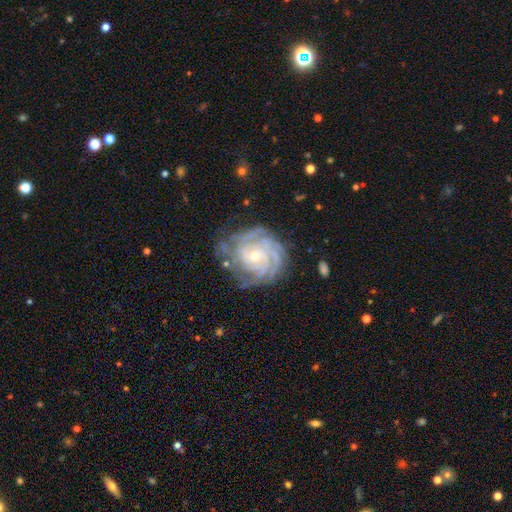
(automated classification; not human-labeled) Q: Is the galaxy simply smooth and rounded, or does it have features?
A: featured or disk — 89%.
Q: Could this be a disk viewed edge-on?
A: no — 97%.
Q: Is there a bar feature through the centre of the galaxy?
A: no — 69%.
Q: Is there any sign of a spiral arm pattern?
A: yes — 98%.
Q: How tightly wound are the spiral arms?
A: tight — 79%.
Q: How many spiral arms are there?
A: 4 — 29%.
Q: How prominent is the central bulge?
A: small — 58%.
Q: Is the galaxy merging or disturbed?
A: none — 73%.